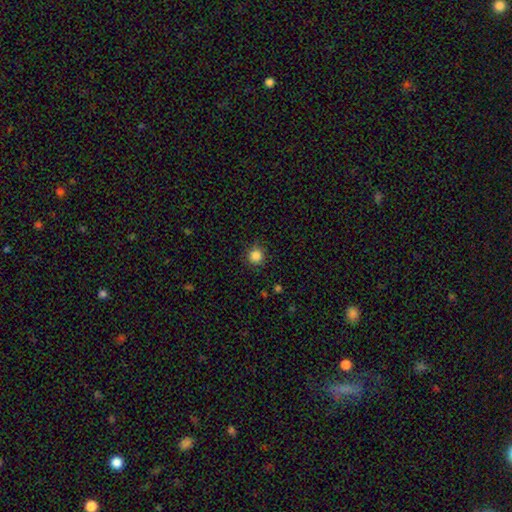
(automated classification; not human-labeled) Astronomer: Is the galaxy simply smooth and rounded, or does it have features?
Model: smooth — 85%.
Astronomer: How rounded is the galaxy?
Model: round — 94%.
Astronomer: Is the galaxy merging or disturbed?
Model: none — 87%.